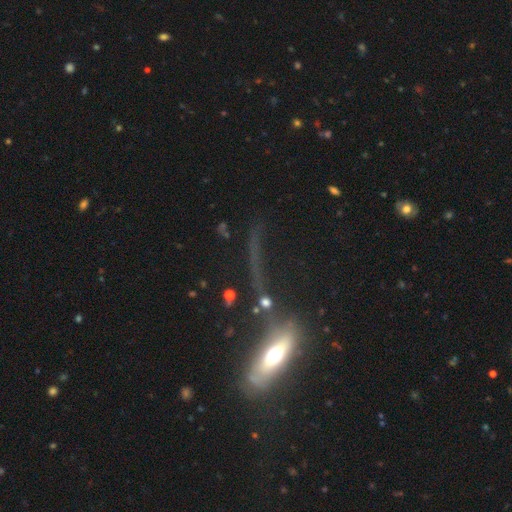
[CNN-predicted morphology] type=featured or disk (40%); merging=none (48%).